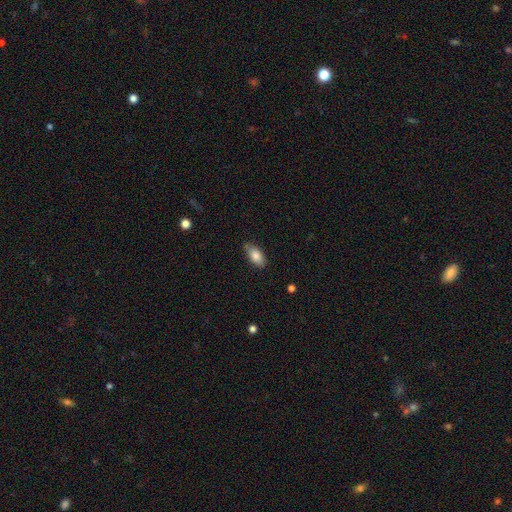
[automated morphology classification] type=smooth (83%); roundness=in between (91%); merging=none (74%).